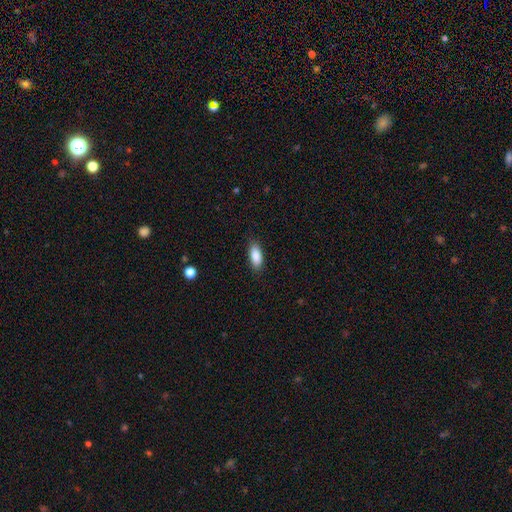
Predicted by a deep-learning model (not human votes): smooth-or-featured: smooth: 87% | star or artifact: 7% | featured or disk: 6%
  how-rounded: in between: 82% | cigar-shaped: 16% | round: 2%
  merging: none: 86% | minor disturbance: 10% | major disturbance: 3% | merger: 1%